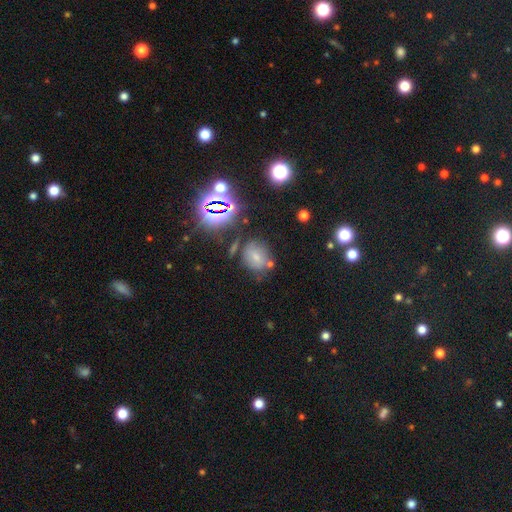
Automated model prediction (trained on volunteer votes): smooth 58%, star or artifact 24%, featured or disk 18%. Down the decision tree: how rounded — round (56%); merging — none (63%).